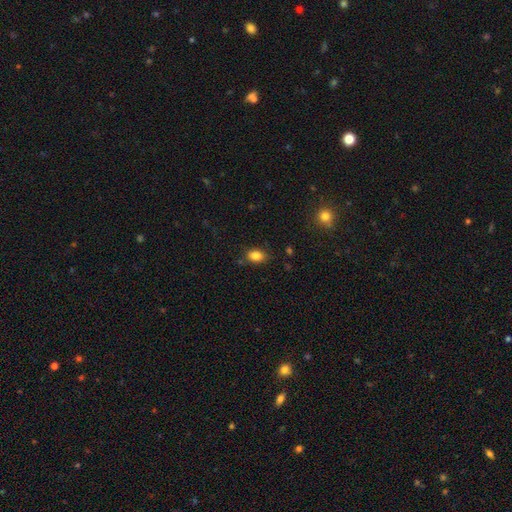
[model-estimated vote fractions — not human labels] smooth_or_featured: smooth (p=0.84) [alt: star or artifact p=0.10]
how_rounded: in between (p=0.79) [alt: round p=0.19]
merging: none (p=0.81) [alt: minor disturbance p=0.13]